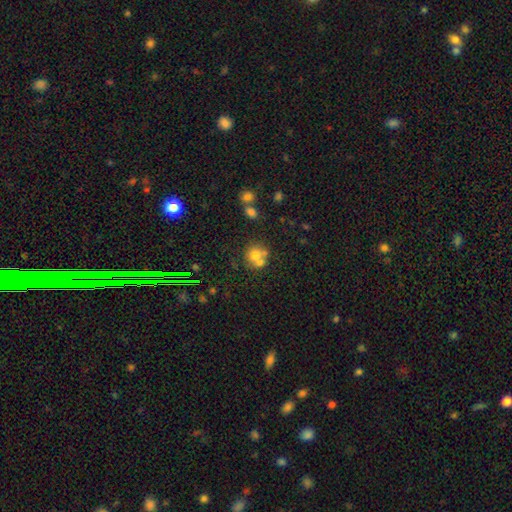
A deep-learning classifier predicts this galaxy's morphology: smooth-or-featured: smooth: 68% | featured or disk: 18% | star or artifact: 14%
  how-rounded: round: 84% | in between: 15% | cigar-shaped: 1%
  merging: none: 46% | merger: 40% | minor disturbance: 9% | major disturbance: 4%